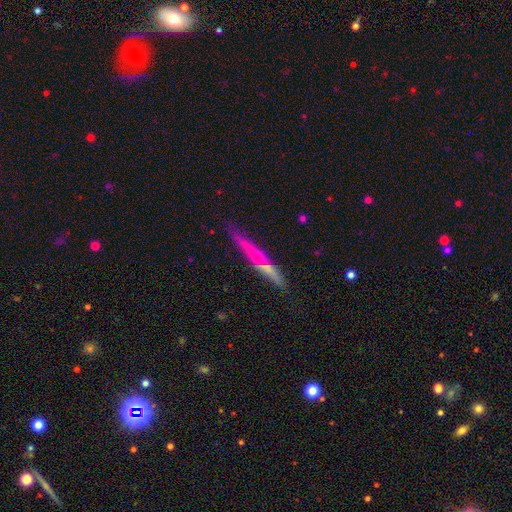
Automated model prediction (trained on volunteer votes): Smooth or featured? Predicted: featured or disk (p=0.59). Edge-on disk? Predicted: yes (p=0.94). Edge-on bulge? Predicted: rounded (p=0.62). Merging? Predicted: none (p=0.72).